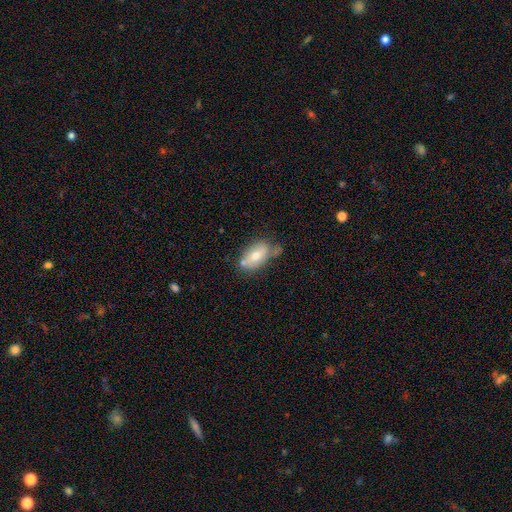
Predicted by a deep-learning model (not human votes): A smooth galaxy with no disk features (63%) that is in between round and cigar-shaped (90%). Merging: none (51%).